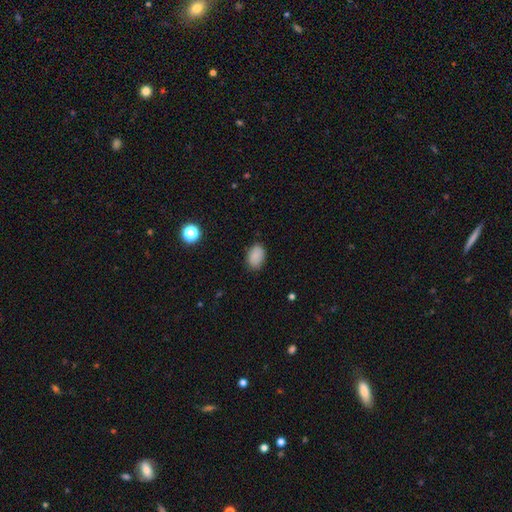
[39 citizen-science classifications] Smooth or featured: smooth — 87% (star or artifact — 8%)
How rounded: in between — 74% (round — 24%)
Merging: none — 75% (minor disturbance — 17%)